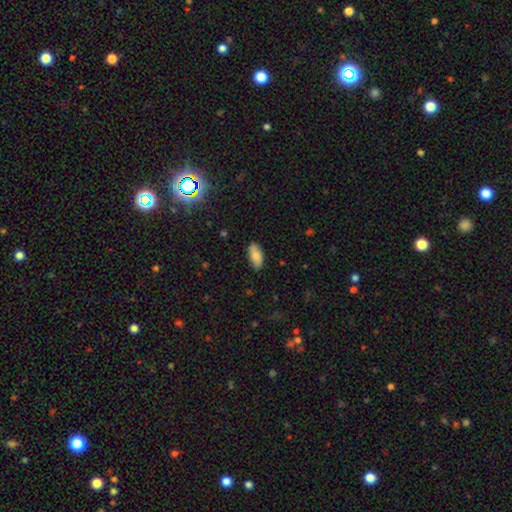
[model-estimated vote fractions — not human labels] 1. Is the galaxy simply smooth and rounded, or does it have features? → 83% smooth, 9% featured or disk, 7% star or artifact.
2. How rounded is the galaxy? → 90% in between, 8% cigar-shaped, 2% round.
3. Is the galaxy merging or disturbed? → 85% none, 12% minor disturbance, 2% major disturbance, 1% merger.